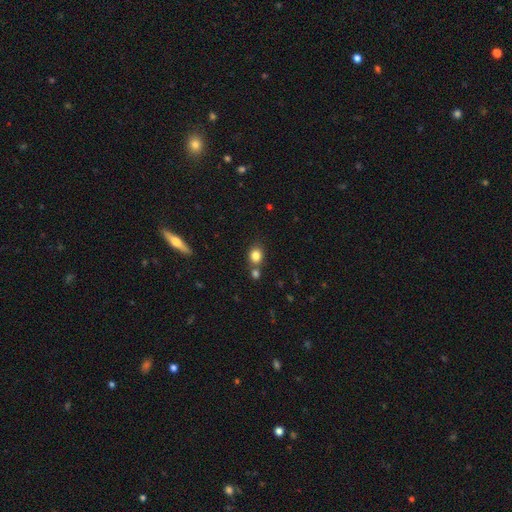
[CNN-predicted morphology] Overall: smooth (83%). How rounded: round (61%; in between 38%). Merging: none (65%).